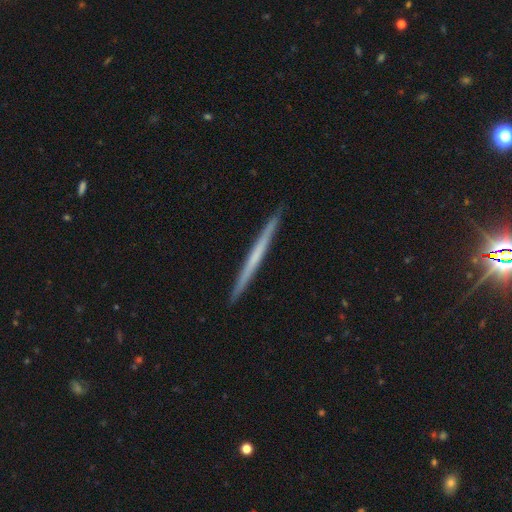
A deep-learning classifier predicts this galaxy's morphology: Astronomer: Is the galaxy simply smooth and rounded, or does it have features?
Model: featured or disk — 53% (runner-up: smooth, 42%).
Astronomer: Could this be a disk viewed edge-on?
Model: yes — 98%.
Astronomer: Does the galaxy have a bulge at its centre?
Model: none — 90%.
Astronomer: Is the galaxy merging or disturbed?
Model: none — 93%.